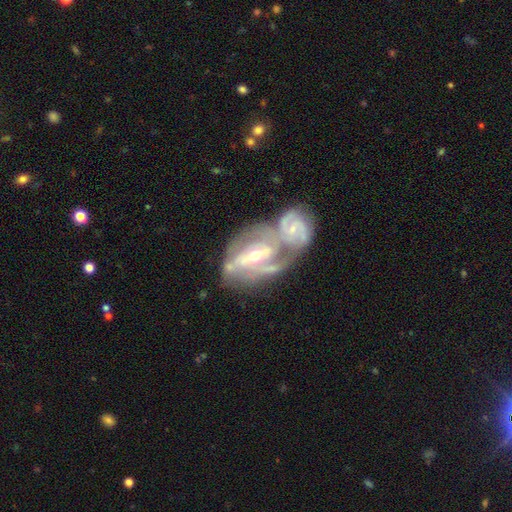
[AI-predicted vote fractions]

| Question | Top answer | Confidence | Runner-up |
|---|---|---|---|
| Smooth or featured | featured or disk | 84% | smooth (10%) |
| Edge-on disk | no | 94% | yes (6%) |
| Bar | strong | 43% | weak (35%) |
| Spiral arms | yes | 88% | no (12%) |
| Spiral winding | tight | 45% | medium (39%) |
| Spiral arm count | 2 | 54% | can't tell (26%) |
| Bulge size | small | 48% | moderate (47%) |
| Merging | merger | 70% | none (17%) |